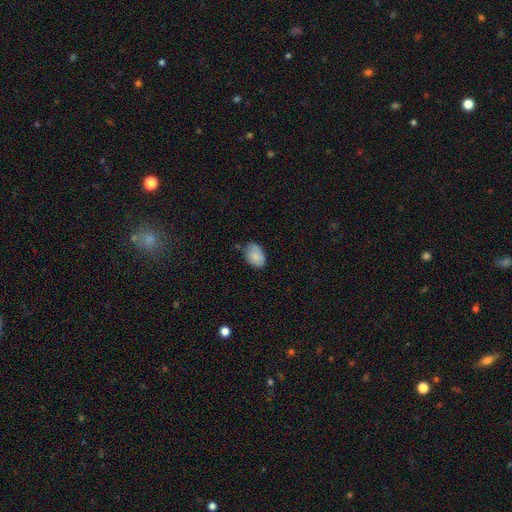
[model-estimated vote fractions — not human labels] Smooth or featured? smooth (83%)
How rounded? in between (85%)
Merging? none (68%)